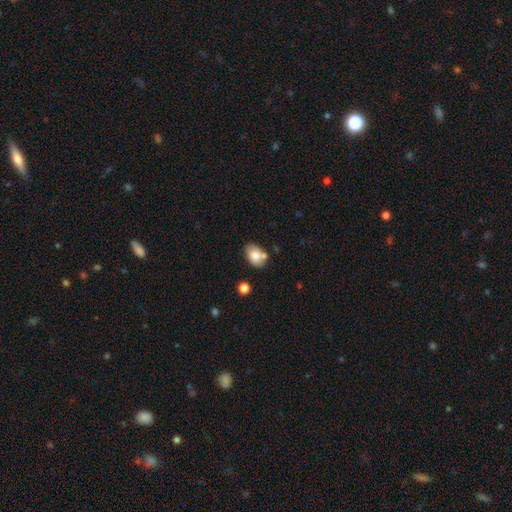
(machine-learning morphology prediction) smooth-or-featured: smooth: 80% | featured or disk: 11% | star or artifact: 8%
  how-rounded: in between: 80% | round: 19% | cigar-shaped: 1%
  merging: none: 62% | minor disturbance: 18% | merger: 15% | major disturbance: 4%